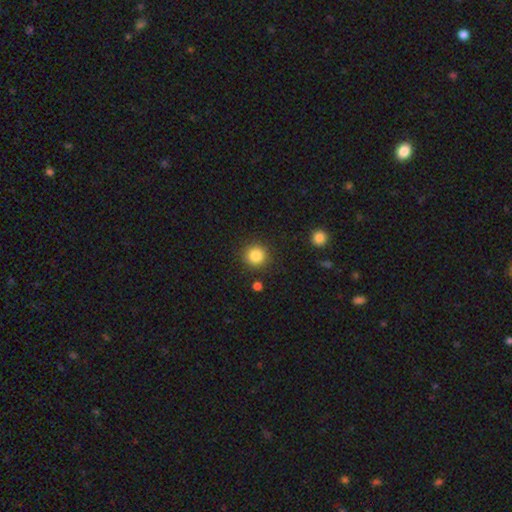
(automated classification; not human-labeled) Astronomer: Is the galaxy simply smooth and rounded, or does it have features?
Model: smooth — 85%.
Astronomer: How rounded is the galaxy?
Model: round — 94%.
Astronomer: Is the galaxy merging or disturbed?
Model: none — 89%.